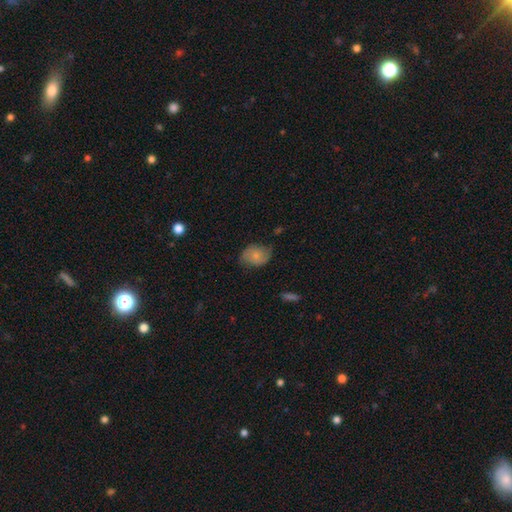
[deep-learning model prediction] Smooth or featured? Predicted: smooth (p=0.65). How rounded? Predicted: in between (p=0.64). Merging? Predicted: none (p=0.63).